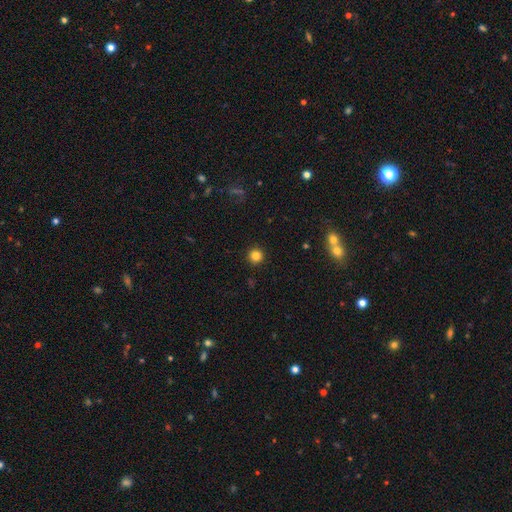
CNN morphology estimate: This is clearly a smooth galaxy (83%). How rounded: clearly round (95%). Merging: clearly none (92%).